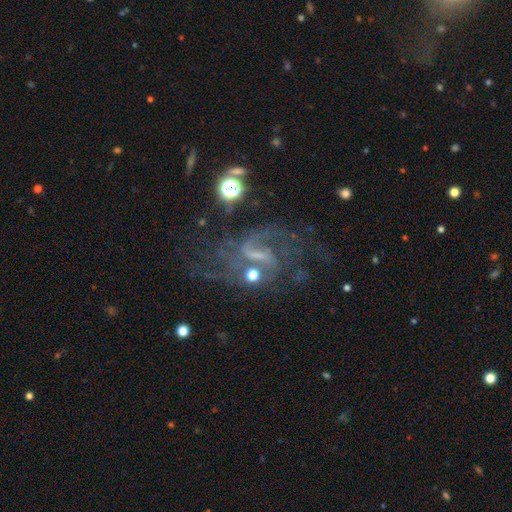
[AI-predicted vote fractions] Smooth or featured: featured or disk — 79% (star or artifact — 14%)
Edge-on disk: no — 96% (yes — 4%)
Bar: weak — 51% (strong — 28%)
Spiral arms: yes — 89% (no — 11%)
Spiral winding: medium — 45% (loose — 35%)
Spiral arm count: 2 — 44% (can't tell — 26%)
Bulge size: small — 46% (none — 30%)
Merging: none — 56% (major disturbance — 22%)